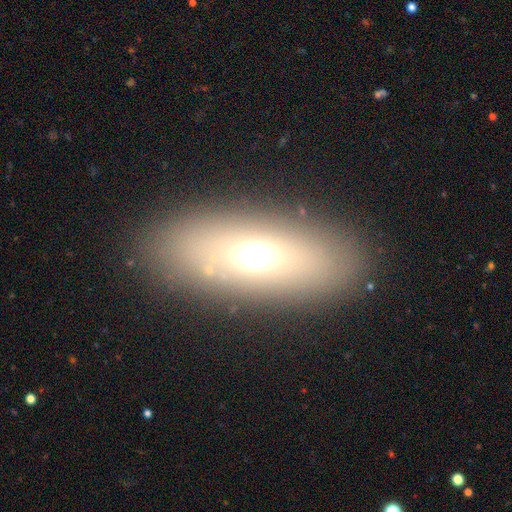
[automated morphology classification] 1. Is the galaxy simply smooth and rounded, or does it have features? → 57% smooth, 29% featured or disk, 13% star or artifact.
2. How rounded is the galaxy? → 74% in between, 20% cigar-shaped, 7% round.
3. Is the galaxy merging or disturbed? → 84% none, 9% minor disturbance, 5% major disturbance, 2% merger.